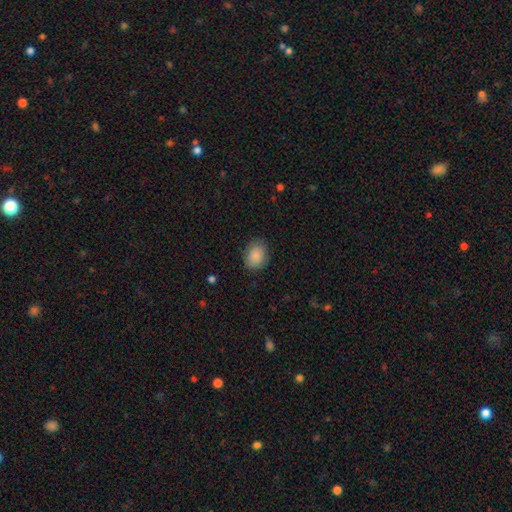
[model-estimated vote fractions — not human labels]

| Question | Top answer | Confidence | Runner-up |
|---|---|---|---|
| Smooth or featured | smooth | 88% | star or artifact (8%) |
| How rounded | in between | 57% | round (42%) |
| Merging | none | 81% | minor disturbance (14%) |